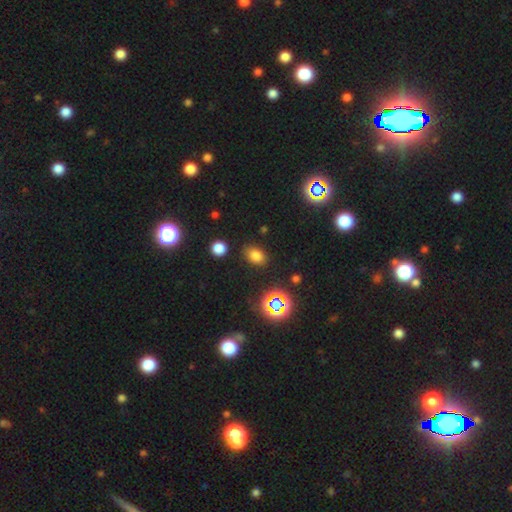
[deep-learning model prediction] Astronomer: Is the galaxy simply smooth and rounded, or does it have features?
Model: smooth — 73%.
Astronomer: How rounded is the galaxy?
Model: in between — 73%.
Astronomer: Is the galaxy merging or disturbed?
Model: none — 84%.